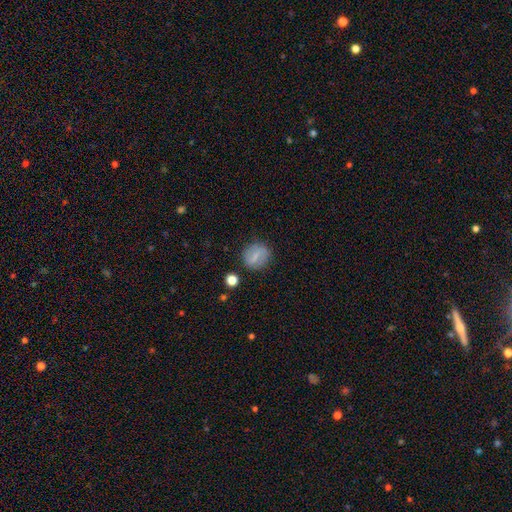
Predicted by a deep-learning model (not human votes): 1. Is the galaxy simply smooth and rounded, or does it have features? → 60% smooth, 31% featured or disk, 9% star or artifact.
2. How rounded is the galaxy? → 78% round, 20% in between, 2% cigar-shaped.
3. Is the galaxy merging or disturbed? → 82% none, 12% minor disturbance, 4% major disturbance, 2% merger.